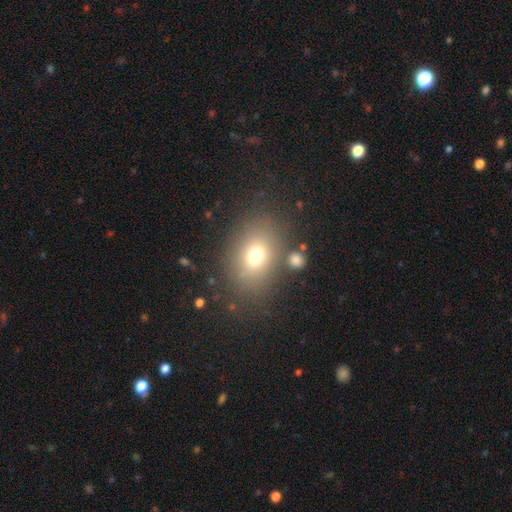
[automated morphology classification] Smooth or featured: smooth — 70% (star or artifact — 16%)
How rounded: in between — 60% (round — 39%)
Merging: none — 75% (minor disturbance — 12%)